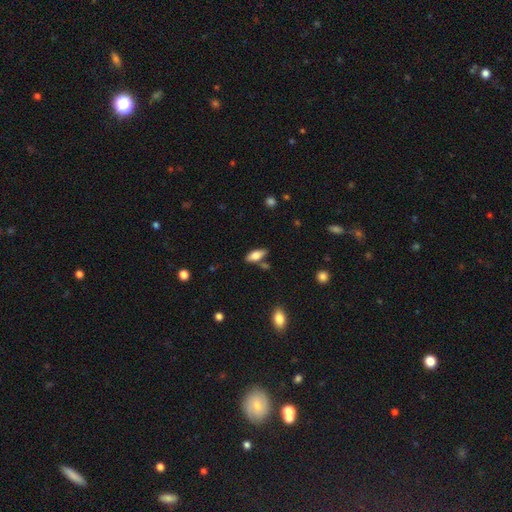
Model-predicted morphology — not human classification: The model was most divided on "smooth or featured": smooth: 72%, featured or disk: 21%, star or artifact: 7%. More confident: how rounded — in between (77%); merging — none (74%).